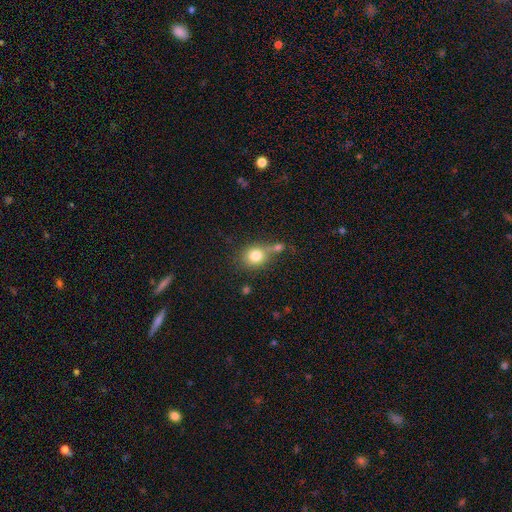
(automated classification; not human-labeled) Overall: smooth (80%). How rounded: round (73%). Merging: none (49%; merger 28%).